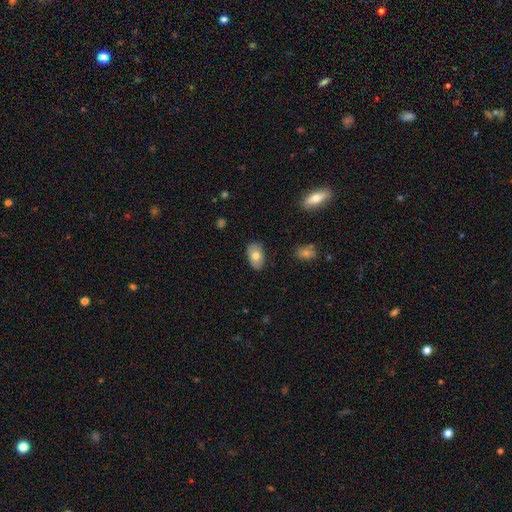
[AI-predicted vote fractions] smooth_or_featured: smooth (p=0.74) [alt: featured or disk p=0.18]
how_rounded: in between (p=0.91) [alt: round p=0.07]
merging: none (p=0.84) [alt: minor disturbance p=0.13]